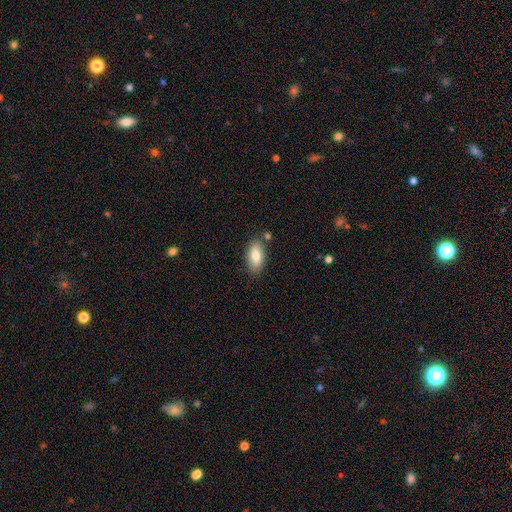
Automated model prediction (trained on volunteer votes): smooth-or-featured: smooth: 79% | featured or disk: 14% | star or artifact: 7%
  how-rounded: in between: 90% | cigar-shaped: 7% | round: 3%
  merging: none: 81% | minor disturbance: 12% | merger: 4% | major disturbance: 3%